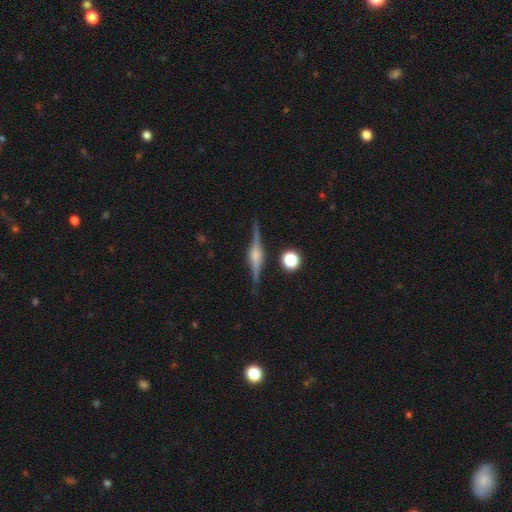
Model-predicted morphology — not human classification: Overall: featured or disk (85%). Edge-on disk: yes (98%). Edge-on bulge: rounded (75%). Merging: none (88%).